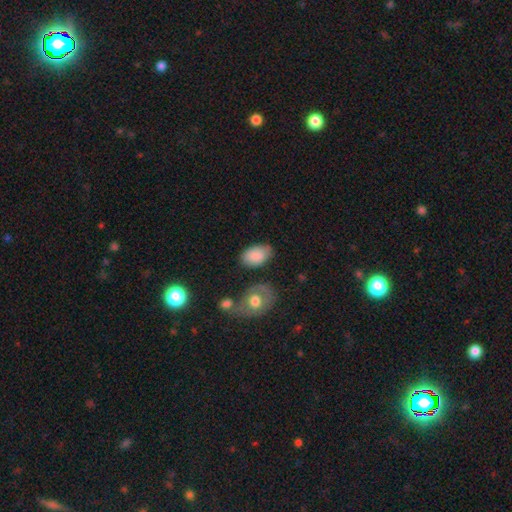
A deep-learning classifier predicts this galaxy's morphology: The model was most divided on "merging": none: 72%, minor disturbance: 19%, merger: 5%, major disturbance: 5%. More confident: how rounded — in between (91%); smooth or featured — smooth (85%).